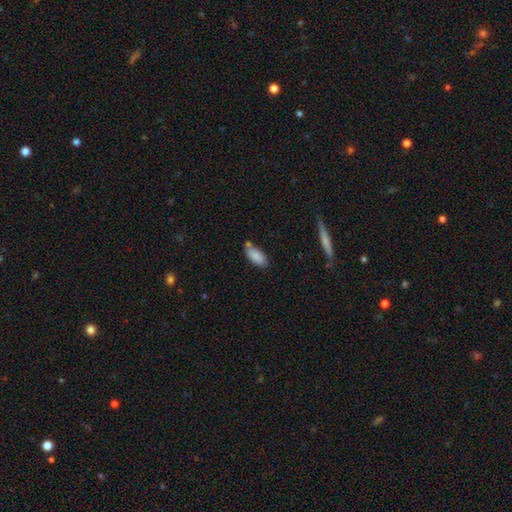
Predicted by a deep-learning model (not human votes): Q: Smooth or featured?
A: smooth (85%); runner-up: featured or disk (8%)
Q: How rounded?
A: in between (85%); runner-up: cigar-shaped (13%)
Q: Merging?
A: none (61%); runner-up: minor disturbance (18%)